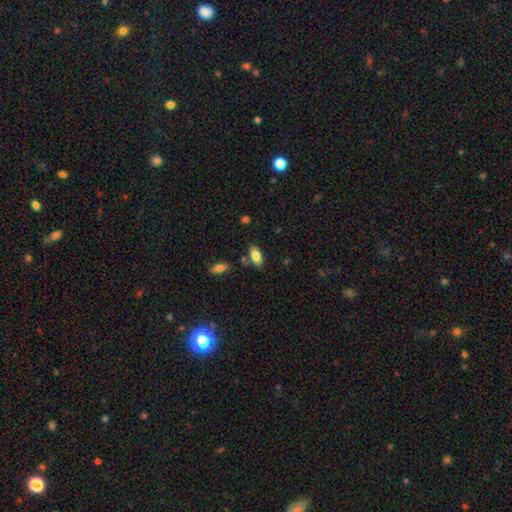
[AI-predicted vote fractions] A smooth galaxy with no disk features (79%) that is in between round and cigar-shaped (88%).

Vote fractions:
- Smooth or featured? smooth: 79% / featured or disk: 14% / star or artifact: 7%
- How rounded? in between: 88% / cigar-shaped: 10% / round: 3%
- Merging? none: 75% / minor disturbance: 14% / merger: 8% / major disturbance: 3%